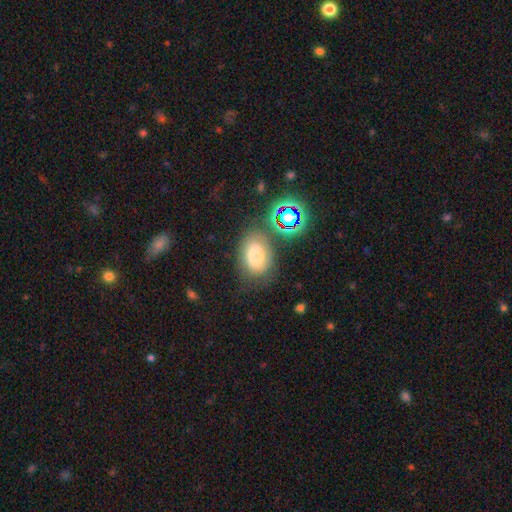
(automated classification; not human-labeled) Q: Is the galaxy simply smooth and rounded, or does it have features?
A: smooth — 65%.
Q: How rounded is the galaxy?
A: in between — 76%.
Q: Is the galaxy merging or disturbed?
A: none — 66%.